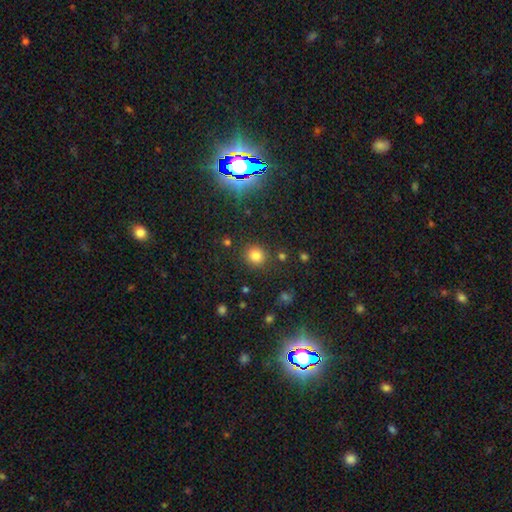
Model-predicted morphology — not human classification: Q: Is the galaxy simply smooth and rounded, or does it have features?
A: smooth — 78%.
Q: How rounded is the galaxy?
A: round — 86%.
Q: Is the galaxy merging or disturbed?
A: none — 85%.